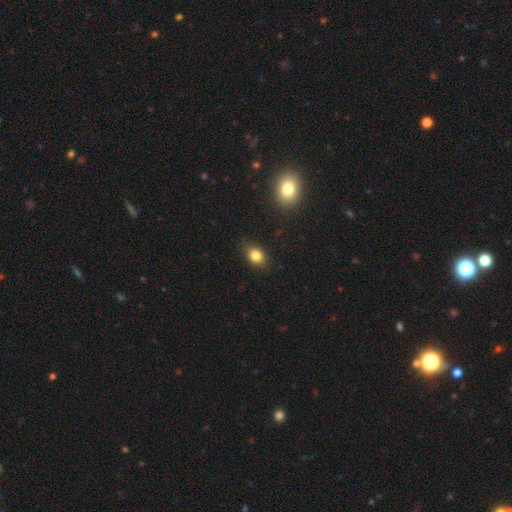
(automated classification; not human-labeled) Q: Smooth or featured?
A: smooth (83%); runner-up: star or artifact (11%)
Q: How rounded?
A: in between (64%); runner-up: round (35%)
Q: Merging?
A: none (82%); runner-up: minor disturbance (14%)